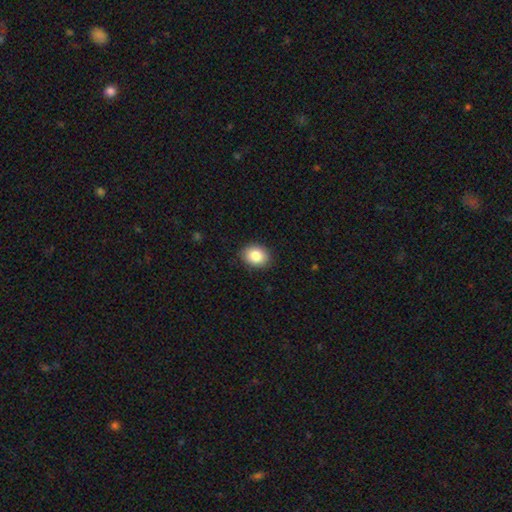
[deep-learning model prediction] Overall: smooth (85%). How rounded: round (51%; in between 48%). Merging: none (89%).